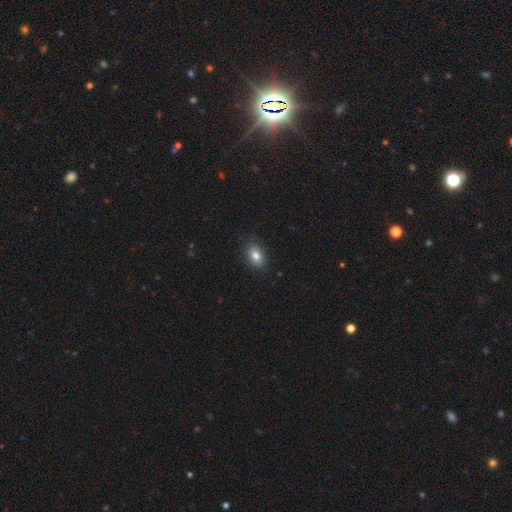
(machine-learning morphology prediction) Smooth or featured? smooth (82%)
How rounded? in between (82%)
Merging? none (84%)